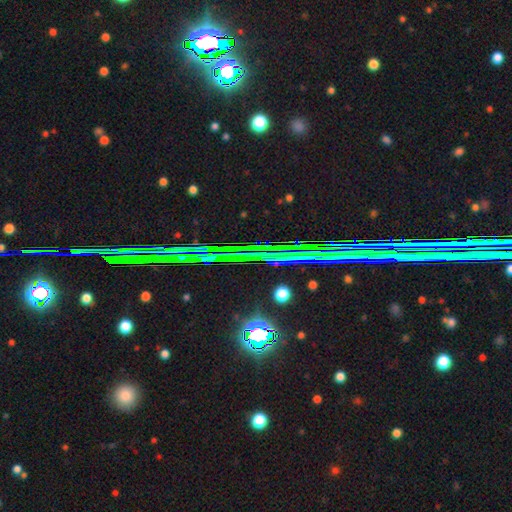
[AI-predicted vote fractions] Smooth or featured? star or artifact (83%)